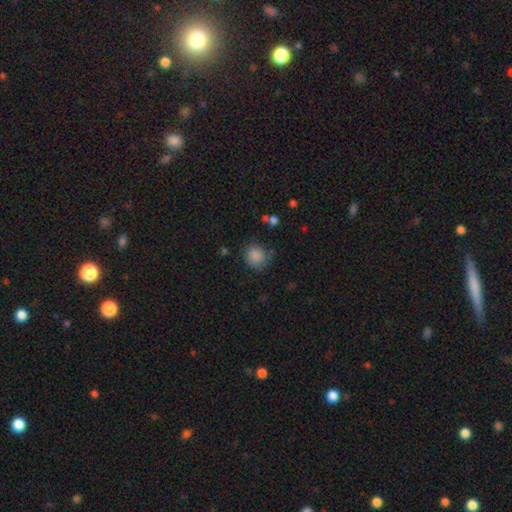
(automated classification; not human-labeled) A smooth galaxy with no disk features (86%) that is round (87%).

Vote fractions:
- Smooth or featured? smooth: 86% / star or artifact: 10% / featured or disk: 4%
- How rounded? round: 87% / in between: 13% / cigar-shaped: 1%
- Merging? none: 75% / minor disturbance: 17% / major disturbance: 5% / merger: 3%